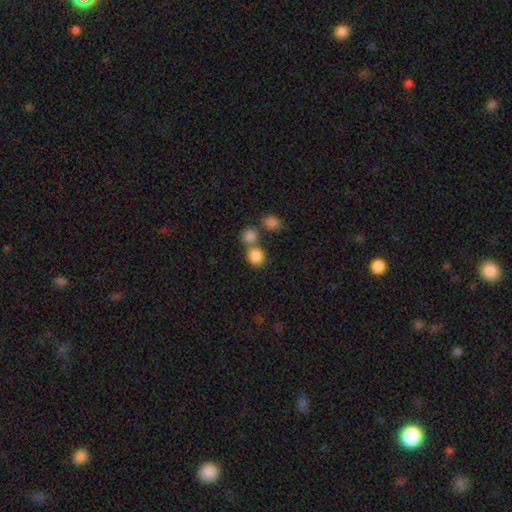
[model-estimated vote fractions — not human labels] Overall: smooth (84%). How rounded: round (73%). Merging: none (49%; merger 39%).